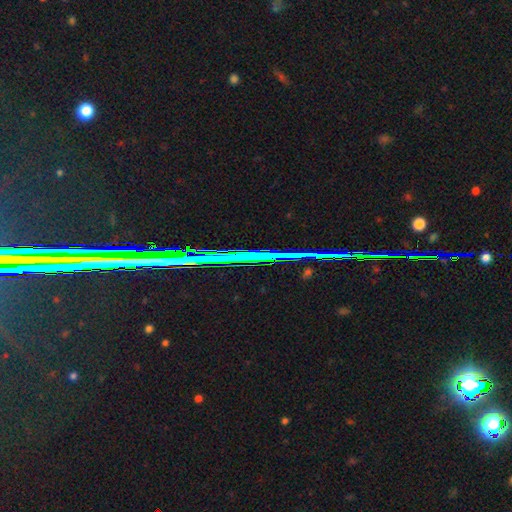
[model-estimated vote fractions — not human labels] A star or artifact, not a galaxy (66%).

Vote fractions:
- Smooth or featured? star or artifact: 66% / featured or disk: 21% / smooth: 13%